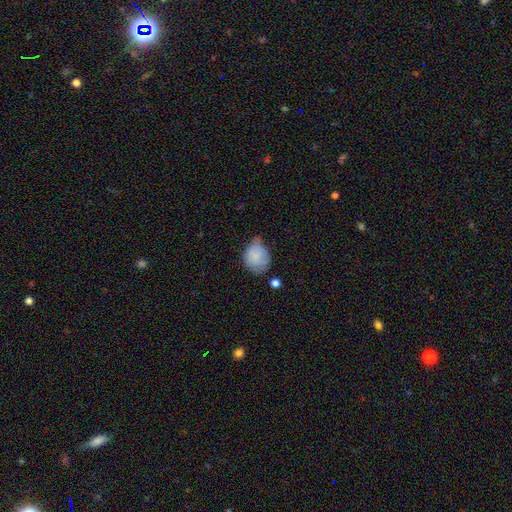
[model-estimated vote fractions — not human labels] Smooth or featured?
  - smooth: 80% *
  - featured or disk: 12%
  - star or artifact: 8%
How rounded?
  - round: 56% *
  - in between: 43%
  - cigar-shaped: 1%
Merging?
  - minor disturbance: 45% *
  - none: 37%
  - major disturbance: 12%
  - merger: 5%